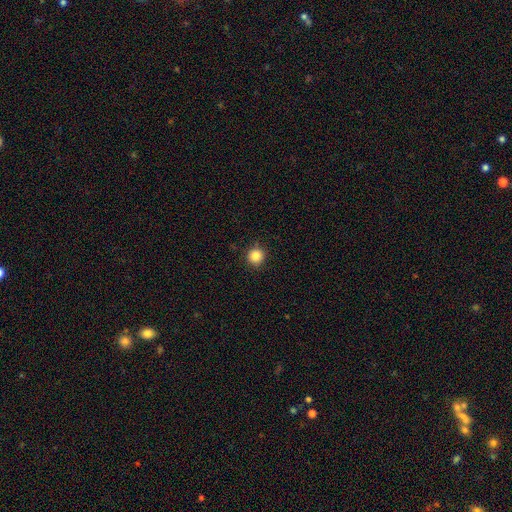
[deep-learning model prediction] Smooth or featured? smooth (85%)
How rounded? round (94%)
Merging? none (90%)